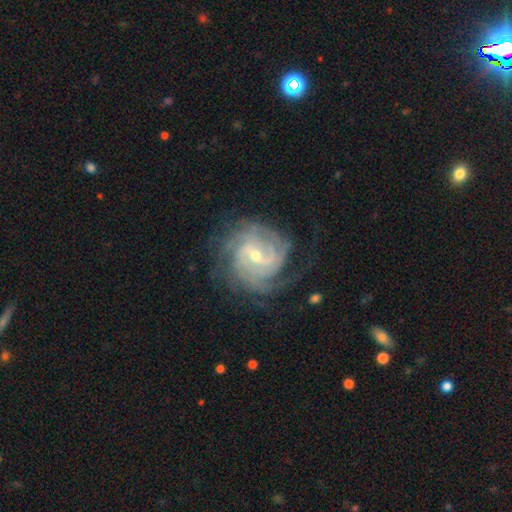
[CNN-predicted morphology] A featured or disk galaxy (89%) with a weak bar (53%), tight (71%) spiral arms (98%) and a small central bulge (56%).

Vote fractions:
- Smooth or featured? featured or disk: 89% / star or artifact: 6% / smooth: 5%
- Edge-on disk? no: 97% / yes: 3%
- Bar? weak: 53% / no: 26% / strong: 21%
- Spiral arms? yes: 98% / no: 2%
- Spiral winding? tight: 71% / medium: 24% / loose: 5%
- Spiral arm count? can't tell: 28% / 4: 24% / 3: 18% / 2: 15% / more than 4: 10% / 1: 6%
- Bulge size? small: 56% / moderate: 41% / large: 1% / none: 1% / dominant: 1%
- Merging? none: 73% / minor disturbance: 16% / major disturbance: 9% / merger: 1%